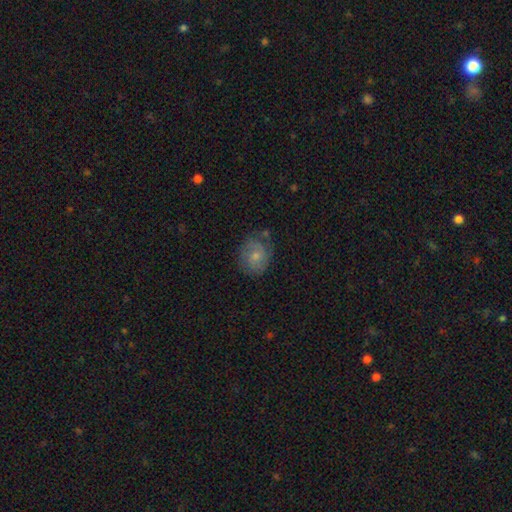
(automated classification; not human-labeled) Smooth or featured? Predicted: smooth (p=0.55). How rounded? Predicted: round (p=0.75). Merging? Predicted: none (p=0.67).